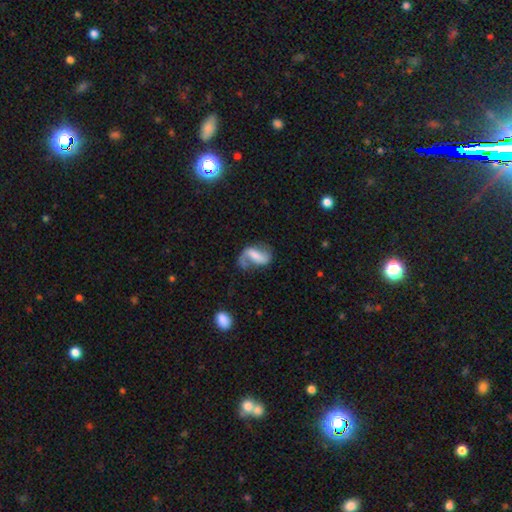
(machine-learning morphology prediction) featured or disk 70%, smooth 23%, star or artifact 8%. Down the decision tree: edge-on disk — no (96%); bar — strong (44%); spiral arms — yes (88%); spiral arm count — 2 (74%); spiral winding — loose (59%); bulge size — none (28%, tied with moderate); merging — none (47%).